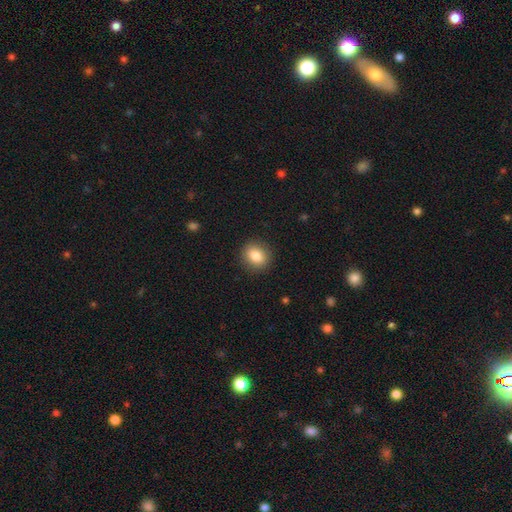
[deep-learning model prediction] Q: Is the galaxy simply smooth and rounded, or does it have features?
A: smooth — 84%.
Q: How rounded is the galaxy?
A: round — 70%.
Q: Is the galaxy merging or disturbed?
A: none — 89%.